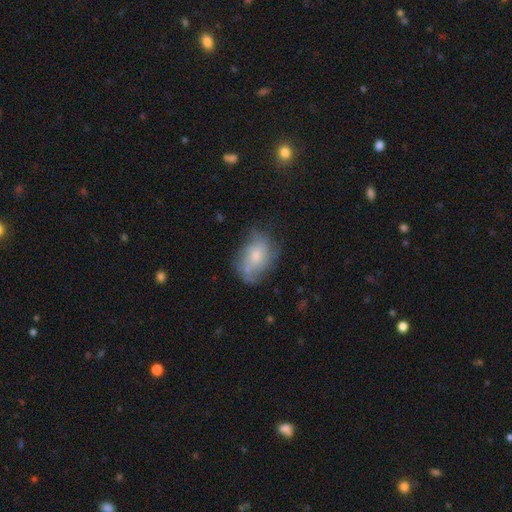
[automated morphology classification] Smooth or featured?
  - smooth: 45% * (tied)
  - featured or disk: 45% * (tied)
  - star or artifact: 10%
Merging?
  - none: 56% *
  - minor disturbance: 26%
  - major disturbance: 13%
  - merger: 5%